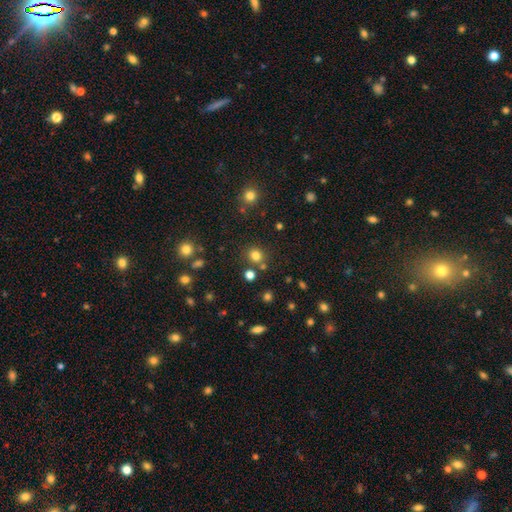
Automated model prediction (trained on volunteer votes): This is likely a smooth galaxy (79%). How rounded: clearly round (84%). Merging: likely none (78%).